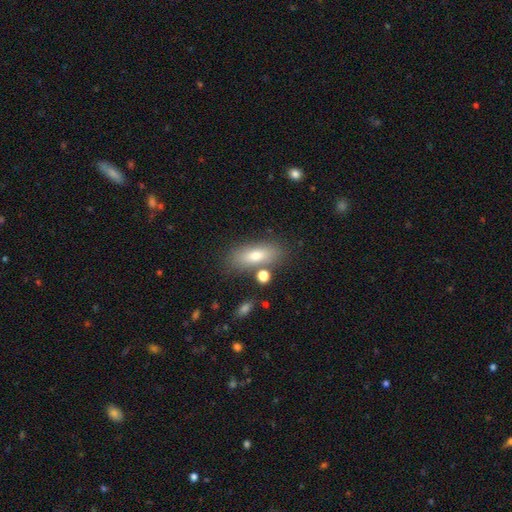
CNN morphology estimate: smooth_or_featured: smooth (p=0.74) [alt: featured or disk p=0.17]
how_rounded: in between (p=0.68) [alt: cigar-shaped p=0.28]
merging: none (p=0.77) [alt: minor disturbance p=0.12]